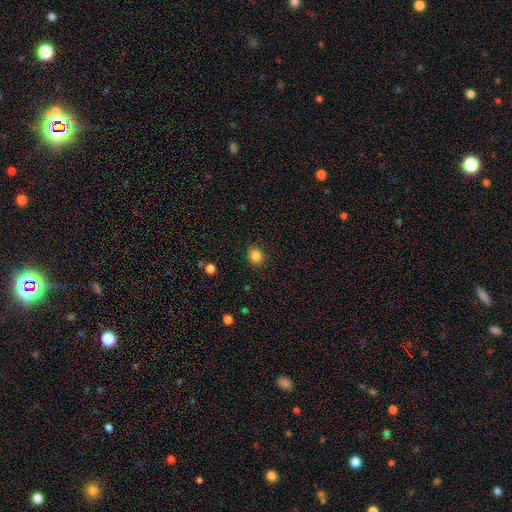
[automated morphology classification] smooth_or_featured: smooth (p=0.85) [alt: star or artifact p=0.11]
how_rounded: round (p=0.86) [alt: in between p=0.14]
merging: none (p=0.88) [alt: minor disturbance p=0.08]